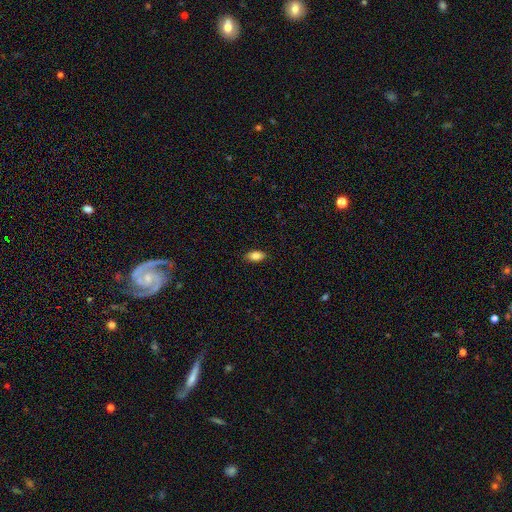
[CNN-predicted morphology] Smooth or featured? Predicted: smooth (p=0.84). How rounded? Predicted: in between (p=0.91). Merging? Predicted: none (p=0.88).